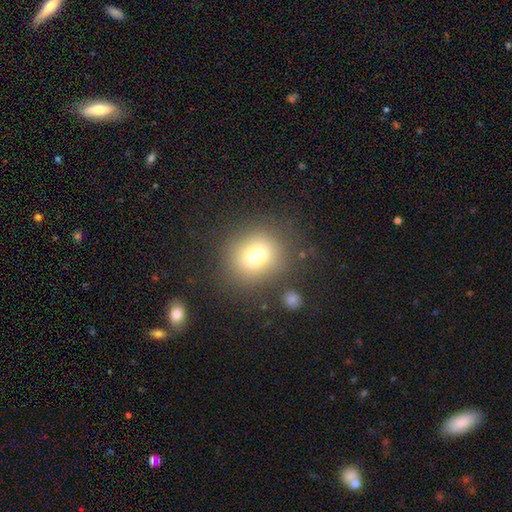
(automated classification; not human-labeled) This is likely a smooth galaxy (74%). How rounded: likely round (75%). Merging: likely none (79%).